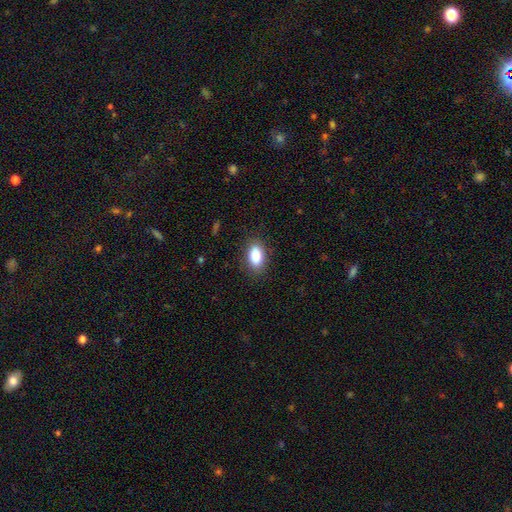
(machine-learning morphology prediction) Q: Smooth or featured?
A: smooth (88%); runner-up: star or artifact (7%)
Q: How rounded?
A: in between (92%); runner-up: round (6%)
Q: Merging?
A: none (84%); runner-up: minor disturbance (11%)